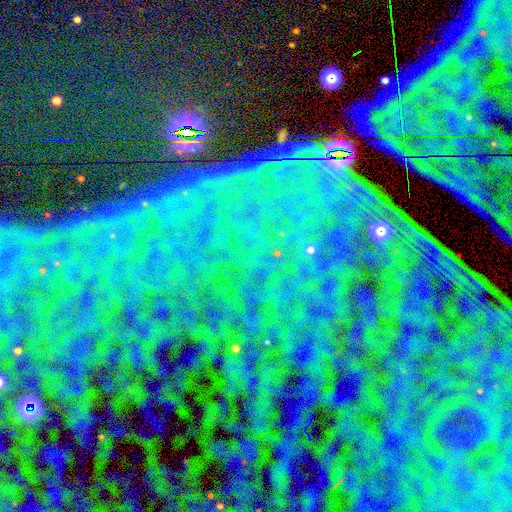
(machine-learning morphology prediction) smooth-or-featured: star or artifact: 85% | smooth: 8% | featured or disk: 8%